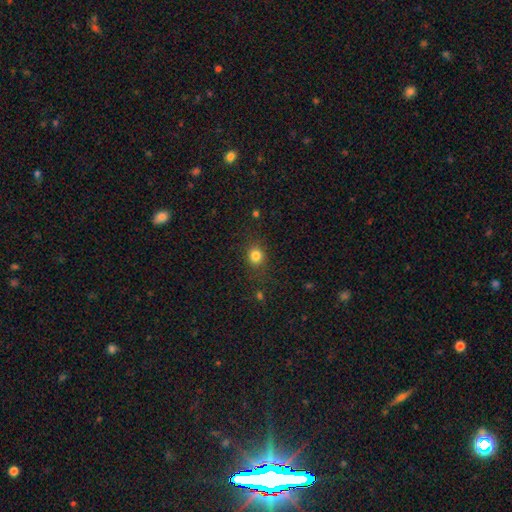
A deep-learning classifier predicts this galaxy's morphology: Smooth or featured?
  - smooth: 82% *
  - star or artifact: 13%
  - featured or disk: 5%
How rounded?
  - round: 78% *
  - in between: 21%
  - cigar-shaped: 1%
Merging?
  - none: 83% *
  - minor disturbance: 11%
  - major disturbance: 5%
  - merger: 2%